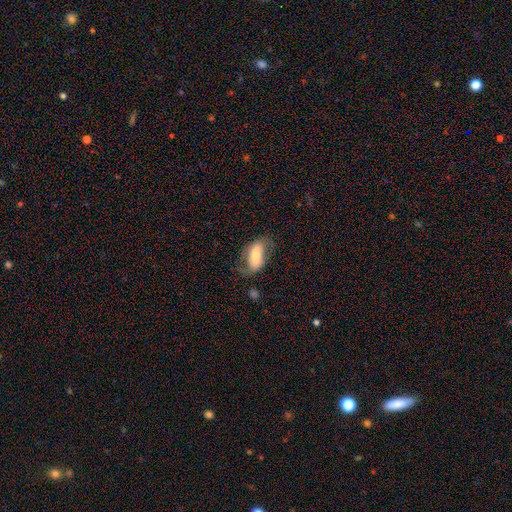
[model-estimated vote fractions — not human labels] smooth-or-featured: smooth: 48% | featured or disk: 45% | star or artifact: 7%
  merging: none: 56% | minor disturbance: 25% | major disturbance: 16% | merger: 2%